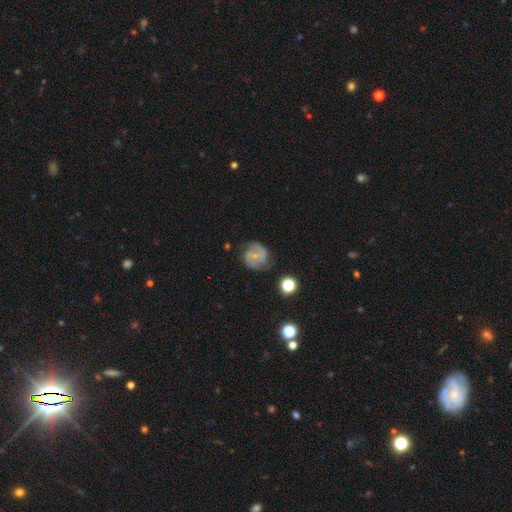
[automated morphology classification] A featured or disk galaxy (55%) with no bar (51%), spiral arms (78%) and a small central bulge (68%). Merging: none (65%).